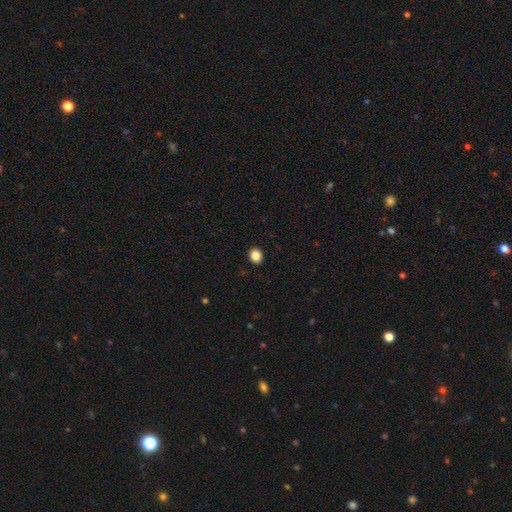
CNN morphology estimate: Smooth or featured?
  - smooth: 87% *
  - star or artifact: 10%
  - featured or disk: 3%
How rounded?
  - round: 66% *
  - in between: 34%
  - cigar-shaped: 1%
Merging?
  - none: 92% *
  - minor disturbance: 5%
  - major disturbance: 2%
  - merger: 1%